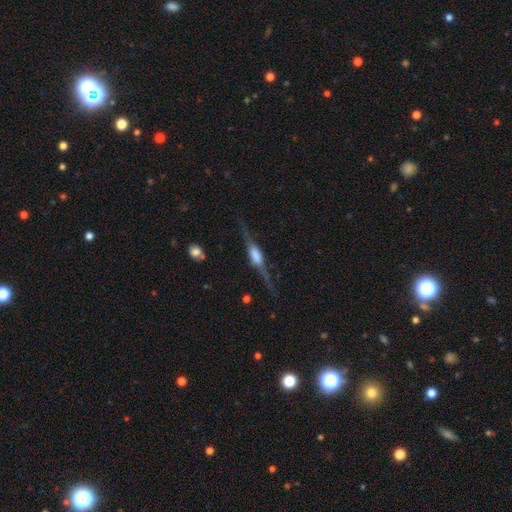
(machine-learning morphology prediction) smooth-or-featured: featured or disk: 79% | smooth: 15% | star or artifact: 6%
  disk-edge-on: yes: 95% | no: 5%
    edge-on-bulge: rounded: 58% | boxy: 37% | none: 5%
  merging: none: 77% | minor disturbance: 15% | major disturbance: 6% | merger: 2%